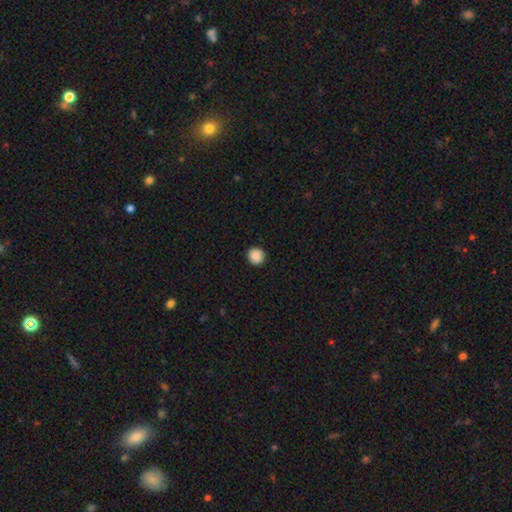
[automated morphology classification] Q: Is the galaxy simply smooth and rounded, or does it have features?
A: smooth — 88%.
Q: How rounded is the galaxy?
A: round — 94%.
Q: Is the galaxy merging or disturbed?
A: none — 92%.